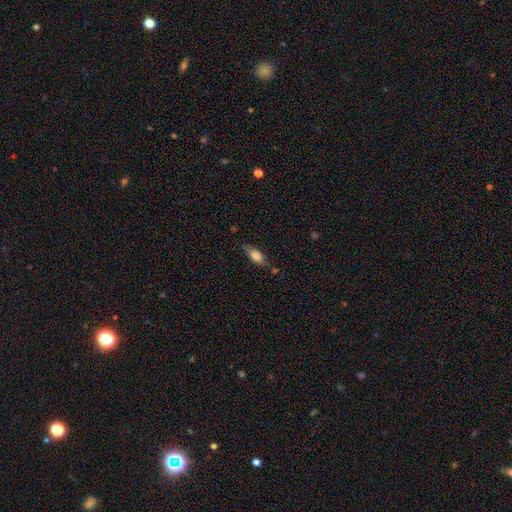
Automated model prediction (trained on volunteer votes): Q: Smooth or featured?
A: smooth (74%); runner-up: featured or disk (18%)
Q: How rounded?
A: in between (76%); runner-up: cigar-shaped (20%)
Q: Merging?
A: none (68%); runner-up: minor disturbance (23%)